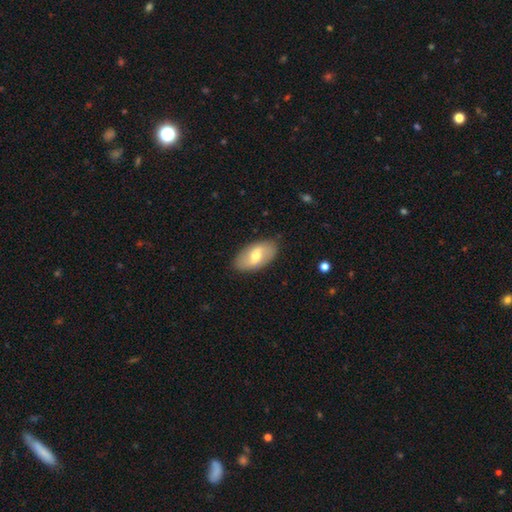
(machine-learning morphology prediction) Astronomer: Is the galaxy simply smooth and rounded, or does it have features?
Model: smooth — 54% (runner-up: featured or disk, 40%).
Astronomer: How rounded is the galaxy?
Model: in between — 93%.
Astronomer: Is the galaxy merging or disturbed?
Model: none — 85%.